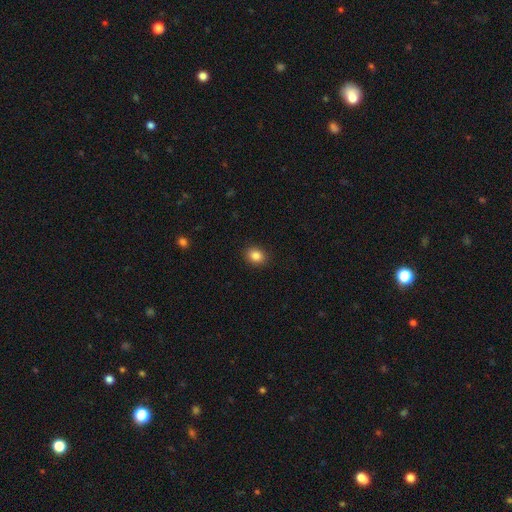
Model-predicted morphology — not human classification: Smooth or featured? smooth (86%)
How rounded? in between (51%)
Merging? none (90%)